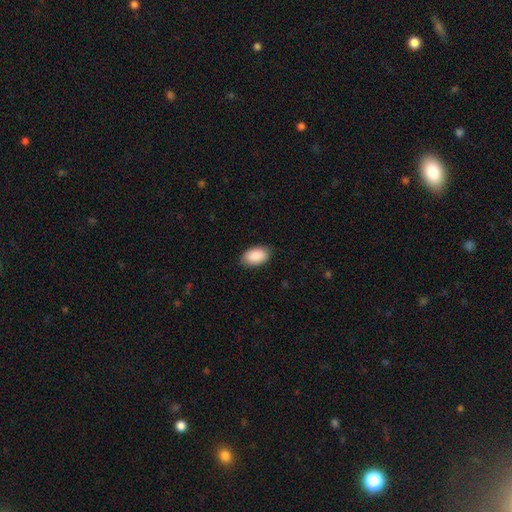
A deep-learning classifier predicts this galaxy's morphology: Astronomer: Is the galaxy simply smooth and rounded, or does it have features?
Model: smooth — 88%.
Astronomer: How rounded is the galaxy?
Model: in between — 94%.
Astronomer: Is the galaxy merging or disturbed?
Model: none — 85%.